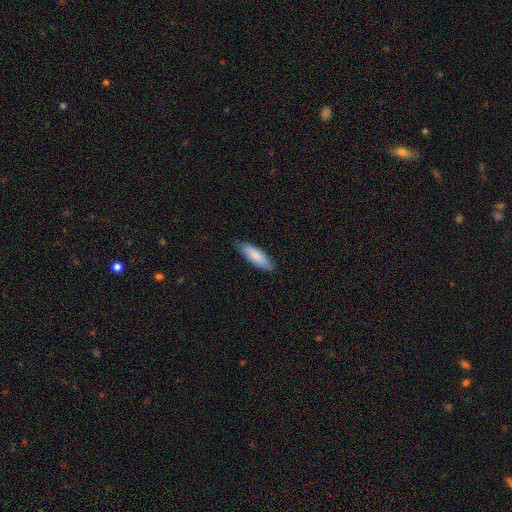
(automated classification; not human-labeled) Smooth or featured: smooth — 84% (featured or disk — 10%)
How rounded: cigar-shaped — 56% (in between — 43%)
Merging: none — 86% (minor disturbance — 12%)